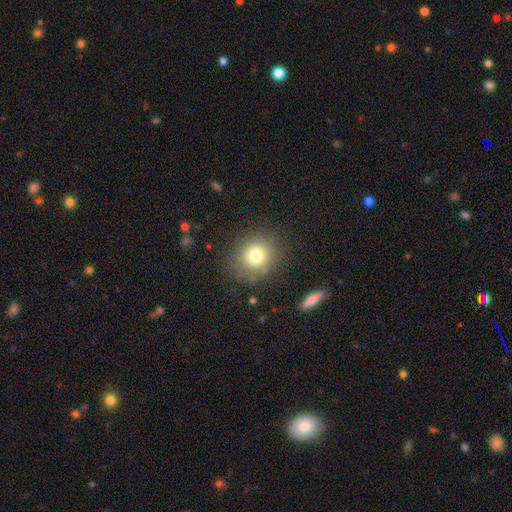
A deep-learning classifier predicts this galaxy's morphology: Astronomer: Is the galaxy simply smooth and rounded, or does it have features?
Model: smooth — 77%.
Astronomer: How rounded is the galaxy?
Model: round — 82%.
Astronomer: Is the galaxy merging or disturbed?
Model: none — 84%.